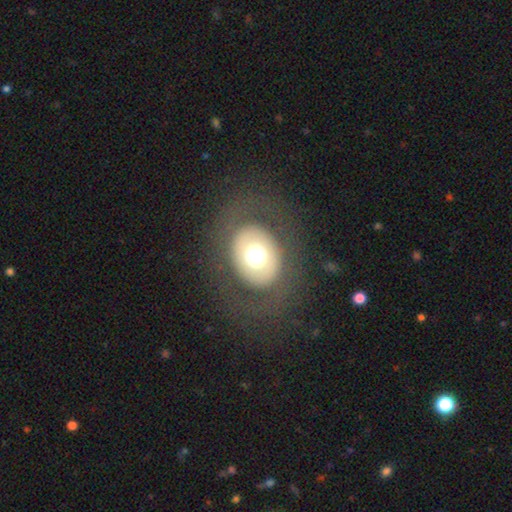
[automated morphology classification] smooth 56%, featured or disk 33%, star or artifact 11%. Down the decision tree: how rounded — in between (50%); merging — none (79%).